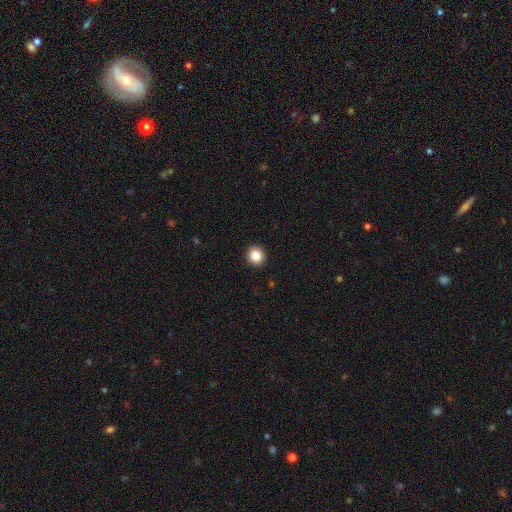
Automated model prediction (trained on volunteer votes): Smooth or featured? smooth (85%)
How rounded? round (92%)
Merging? none (93%)